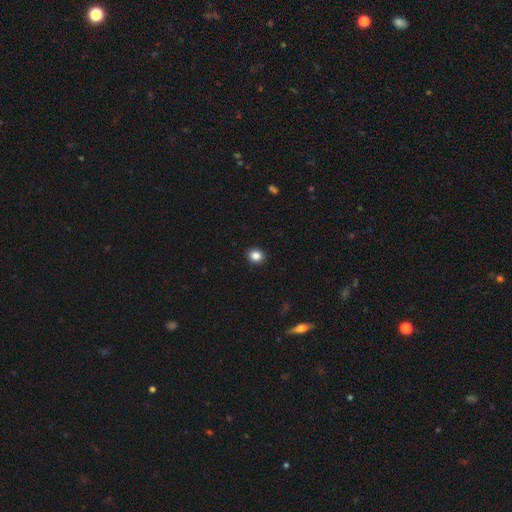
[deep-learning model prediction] smooth_or_featured: smooth (p=0.86) [alt: star or artifact p=0.10]
how_rounded: round (p=0.75) [alt: in between p=0.24]
merging: none (p=0.92) [alt: minor disturbance p=0.05]